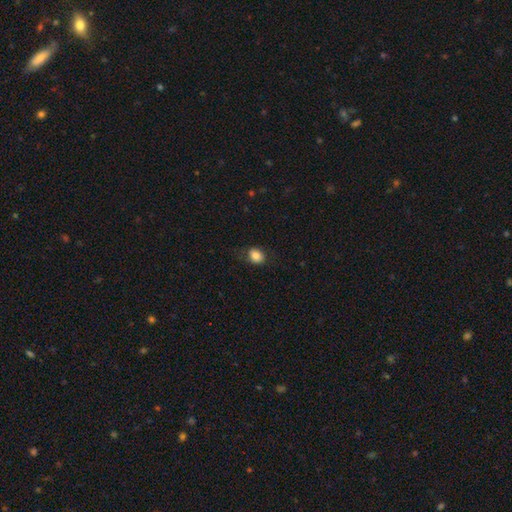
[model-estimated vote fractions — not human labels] A smooth galaxy with no disk features (84%) that is in between round and cigar-shaped (51%). Merging: none (77%).